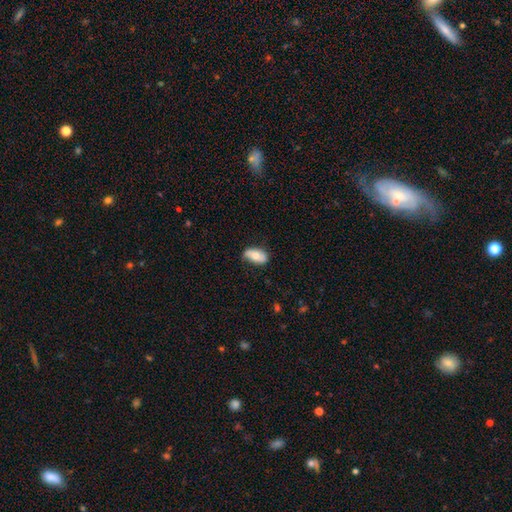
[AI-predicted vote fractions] This appears to be a smooth galaxy with no disk features (66%) that is in between round and cigar-shaped (92%). Merging: none (66%).